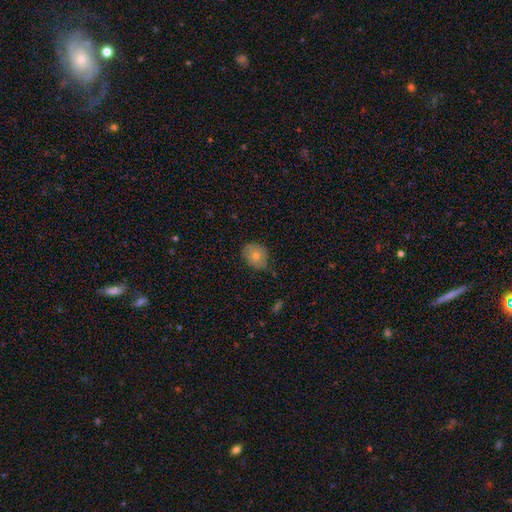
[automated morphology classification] smooth_or_featured: smooth (p=0.59) [alt: featured or disk p=0.30]
how_rounded: round (p=0.56) [alt: in between p=0.43]
merging: none (p=0.71) [alt: minor disturbance p=0.23]